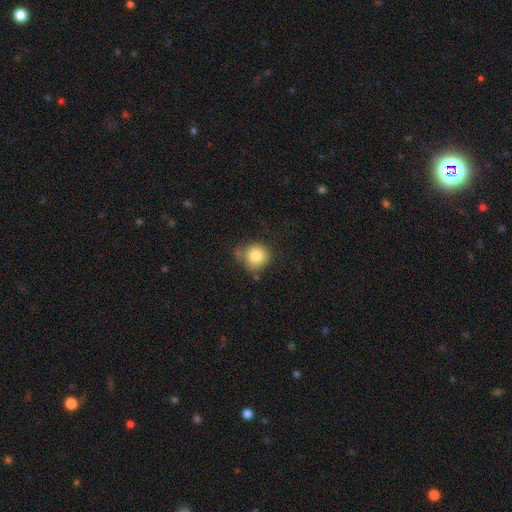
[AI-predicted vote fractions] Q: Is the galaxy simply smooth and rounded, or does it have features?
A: smooth — 83%.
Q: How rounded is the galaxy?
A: round — 90%.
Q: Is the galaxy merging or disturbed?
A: none — 64%.